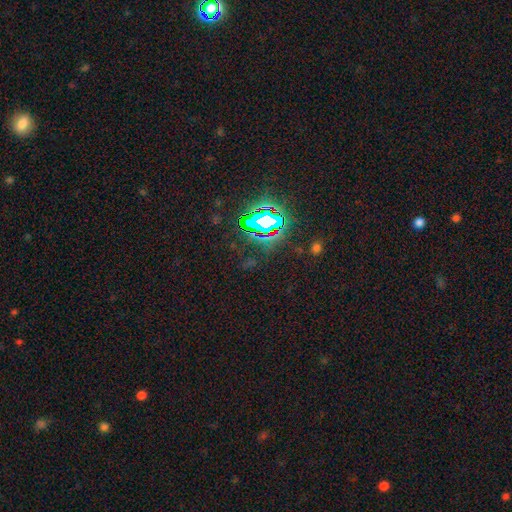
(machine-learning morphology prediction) A star or artifact, not a galaxy (81%).